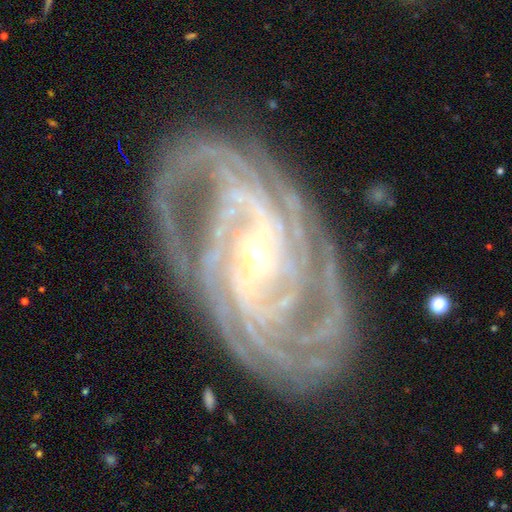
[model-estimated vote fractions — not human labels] featured or disk 93%, star or artifact 5%, smooth 3%. Down the decision tree: edge-on disk — no (97%); bar — weak (39%); spiral arms — yes (99%); spiral arm count — 4 (28%); spiral winding — tight (72%); bulge size — small (61%); merging — none (80%).